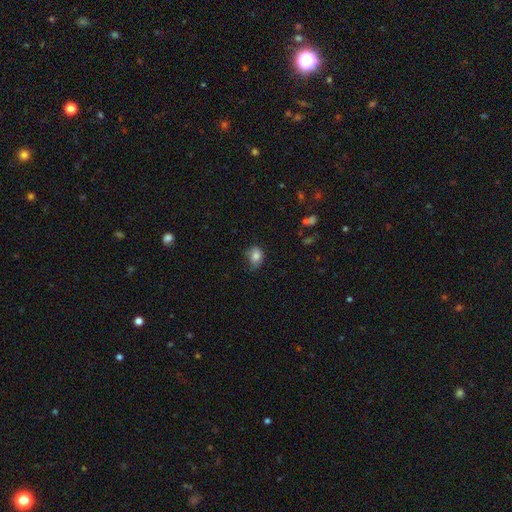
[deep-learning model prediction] This is clearly a smooth galaxy (82%). How rounded: likely in between (64%). Merging: possibly none (48%).